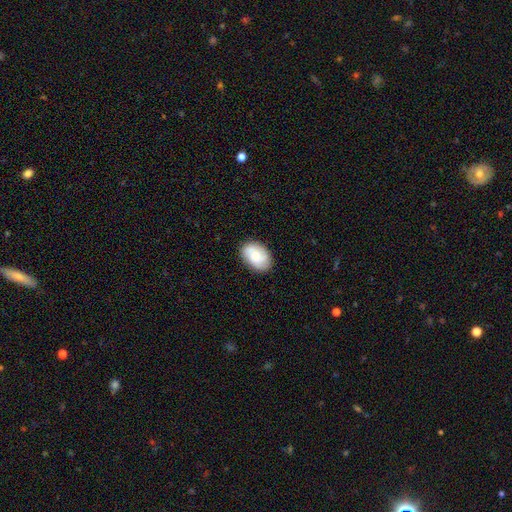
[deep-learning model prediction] smooth 59%, featured or disk 33%, star or artifact 7%. Down the decision tree: how rounded — in between (84%); merging — none (82%).